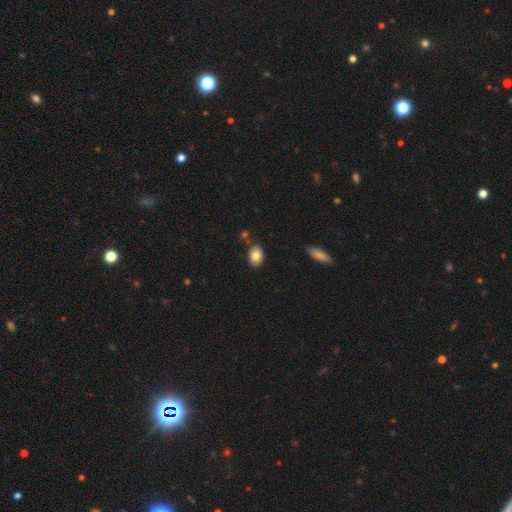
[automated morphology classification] type=smooth (82%); roundness=in between (86%); merging=none (78%).